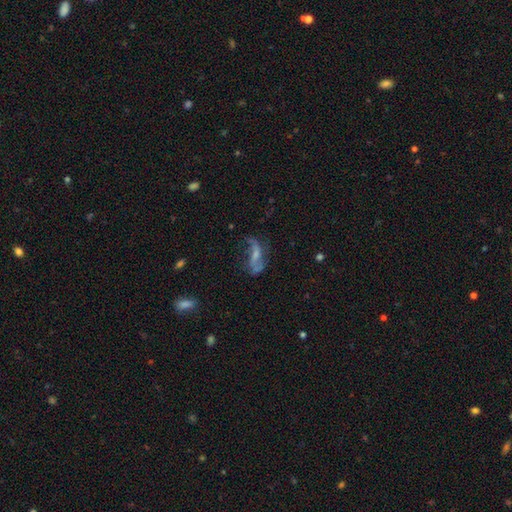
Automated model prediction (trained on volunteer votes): featured or disk 66%, smooth 22%, star or artifact 11%. Down the decision tree: edge-on disk — no (89%); bar — no (45%); spiral arms — yes (75%); bulge size — small (42%); merging — none (44%).